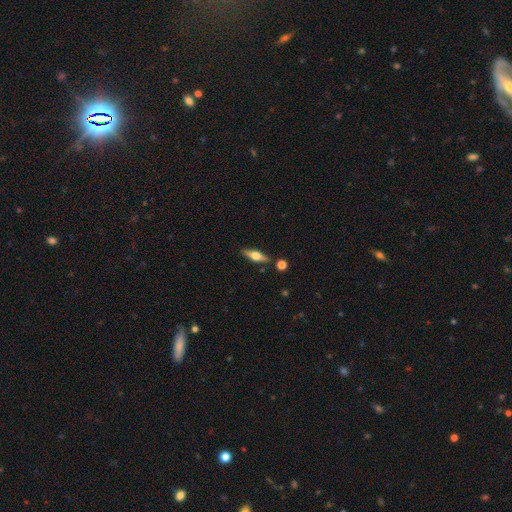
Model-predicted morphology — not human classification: A featured or disk galaxy (53%) viewed edge-on (93%).

Vote fractions:
- Smooth or featured? featured or disk: 53% / smooth: 40% / star or artifact: 7%
- Edge-on disk? yes: 93% / no: 7%
- Merging? none: 83% / minor disturbance: 10% / merger: 5% / major disturbance: 2%